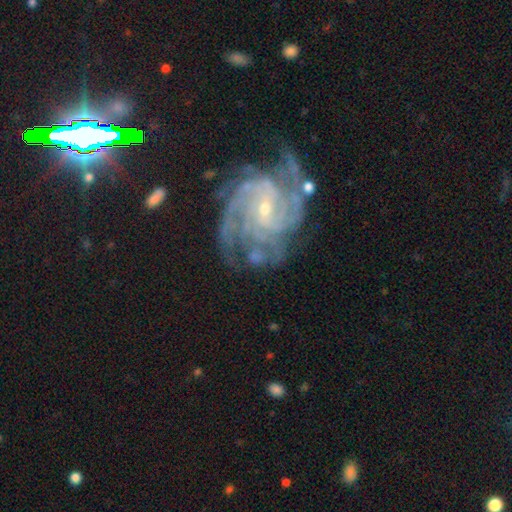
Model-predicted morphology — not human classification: This is clearly a featured or disk galaxy (89%). It is clearly not viewed edge-on (98%). Bar: possibly no (45%). Spiral arm pattern: clearly yes (97%). Spiral arm count: marginally 4 (25%). Spiral winding: possibly tight (59%). Central bulge: likely small (76%). Merging: possibly none (58%).